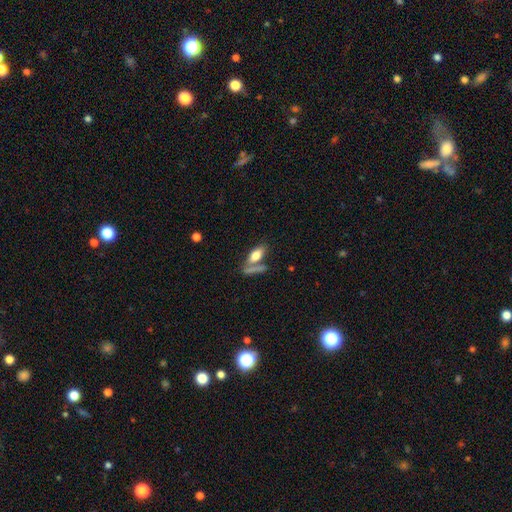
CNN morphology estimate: Smooth or featured: smooth — 73% (featured or disk — 20%)
How rounded: in between — 77% (cigar-shaped — 19%)
Merging: none — 51% (merger — 31%)